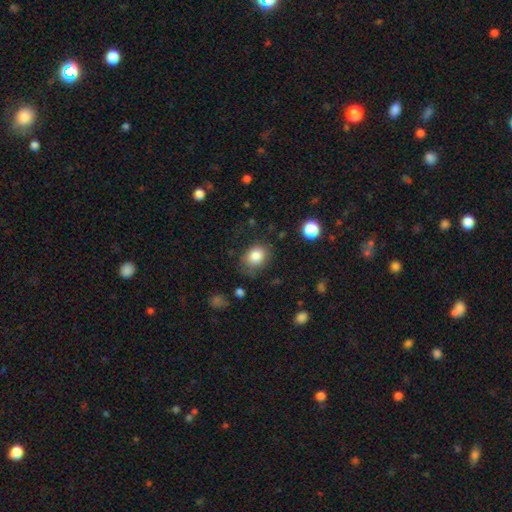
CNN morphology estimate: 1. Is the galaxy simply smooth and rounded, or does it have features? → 83% smooth, 10% star or artifact, 7% featured or disk.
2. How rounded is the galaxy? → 50% round, 49% in between, 1% cigar-shaped.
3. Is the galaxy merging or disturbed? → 73% none, 19% minor disturbance, 6% major disturbance, 2% merger.